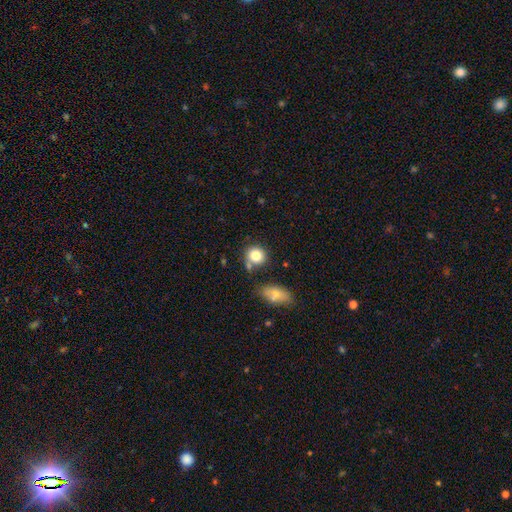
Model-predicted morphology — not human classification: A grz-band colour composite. It shows a smooth galaxy with no disk features (82%) that is round (82%). Merging: none (66%).